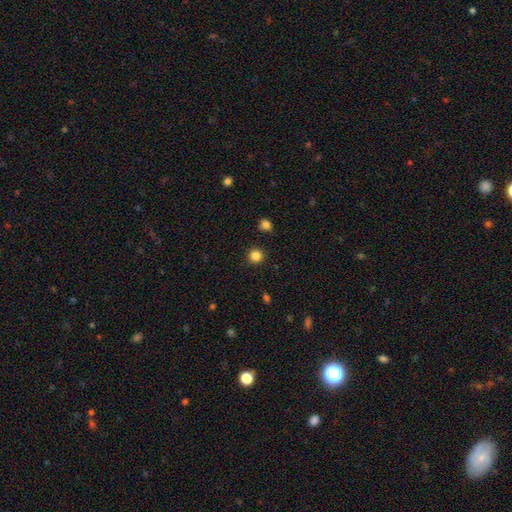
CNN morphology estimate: smooth 84%, star or artifact 12%, featured or disk 3%. Down the decision tree: how rounded — round (95%); merging — none (92%).